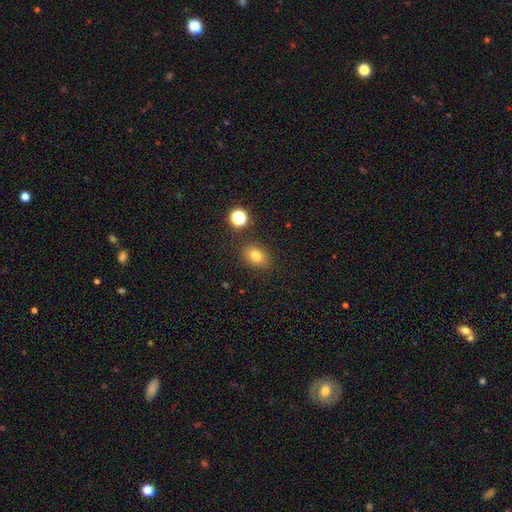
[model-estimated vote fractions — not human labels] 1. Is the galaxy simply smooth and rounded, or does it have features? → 78% smooth, 14% star or artifact, 8% featured or disk.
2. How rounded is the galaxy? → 61% in between, 38% round, 1% cigar-shaped.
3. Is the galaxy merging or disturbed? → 83% none, 10% minor disturbance, 3% merger, 3% major disturbance.